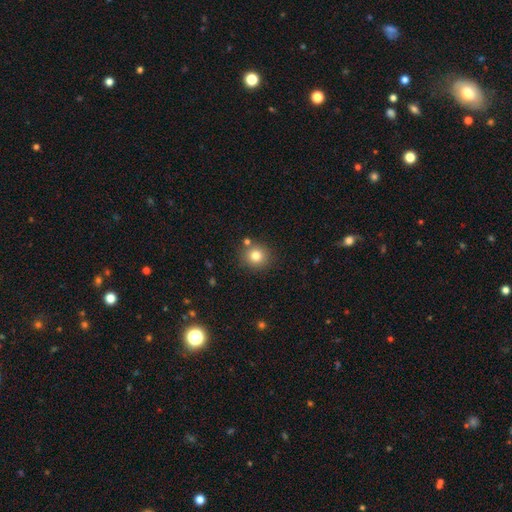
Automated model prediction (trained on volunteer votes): Morphology: type=smooth (79%); roundness=round (88%); merging=none (81%).